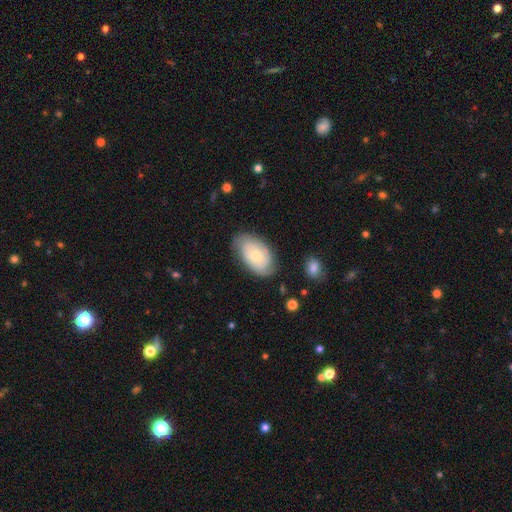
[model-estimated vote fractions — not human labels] This is possibly a featured or disk galaxy (53%). It is clearly not viewed edge-on (94%). Merging: likely none (74%).